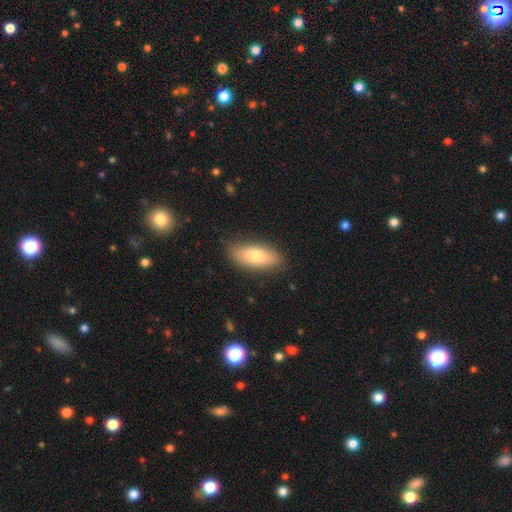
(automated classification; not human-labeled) This is likely a smooth galaxy (76%). How rounded: clearly in between (84%). Merging: clearly none (85%).